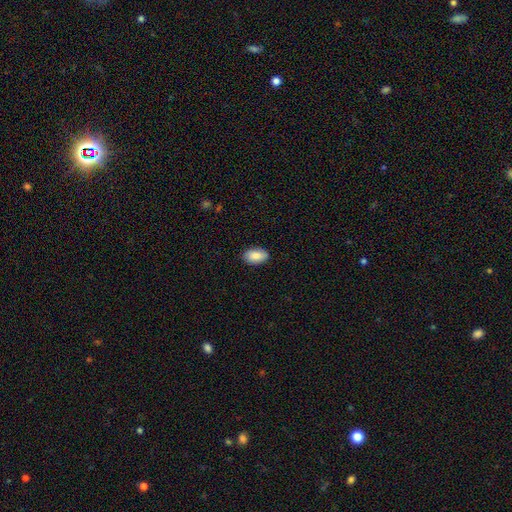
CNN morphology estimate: Overall: smooth (88%). How rounded: in between (92%). Merging: none (88%).